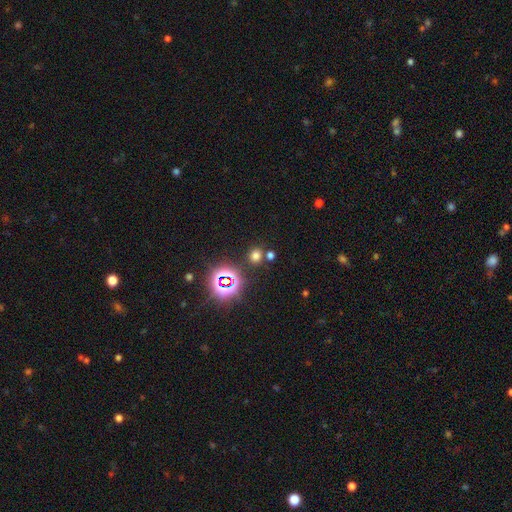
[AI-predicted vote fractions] Overall: smooth (62%; star or artifact 31%). How rounded: round (82%). Merging: none (78%).